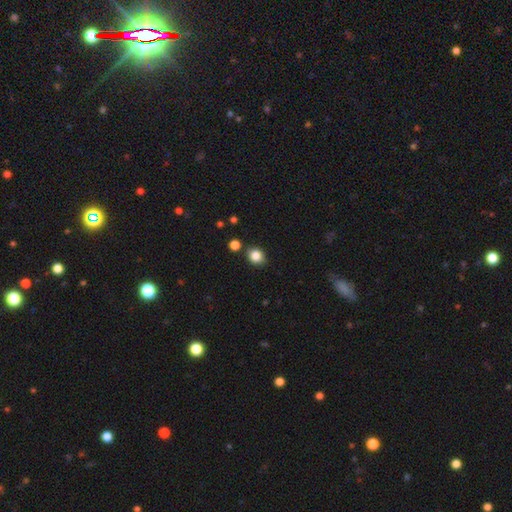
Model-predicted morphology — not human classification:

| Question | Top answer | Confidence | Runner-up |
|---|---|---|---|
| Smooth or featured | smooth | 84% | star or artifact (11%) |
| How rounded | round | 69% | in between (30%) |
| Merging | none | 82% | minor disturbance (10%) |